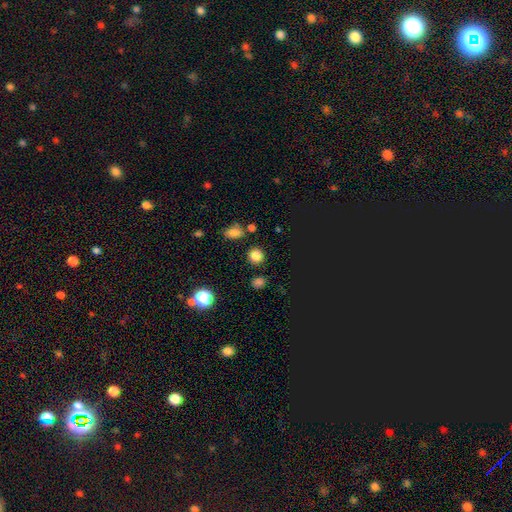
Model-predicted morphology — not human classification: smooth 78%, star or artifact 18%, featured or disk 4%. Down the decision tree: how rounded — round (86%); merging — none (86%).